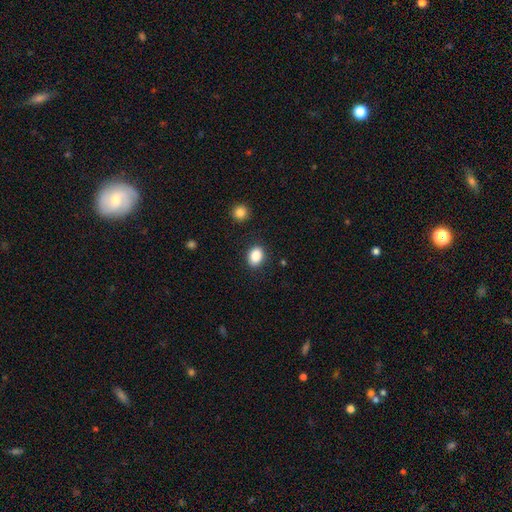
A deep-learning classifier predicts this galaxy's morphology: This appears to be a smooth galaxy with no disk features (87%) that is in between round and cigar-shaped (65%). Merging: none (87%).